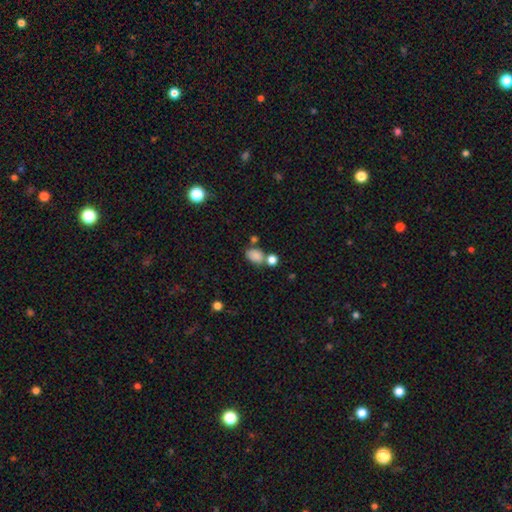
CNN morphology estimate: smooth 83%, star or artifact 11%, featured or disk 6%. Down the decision tree: how rounded — in between (75%); merging — none (53%).